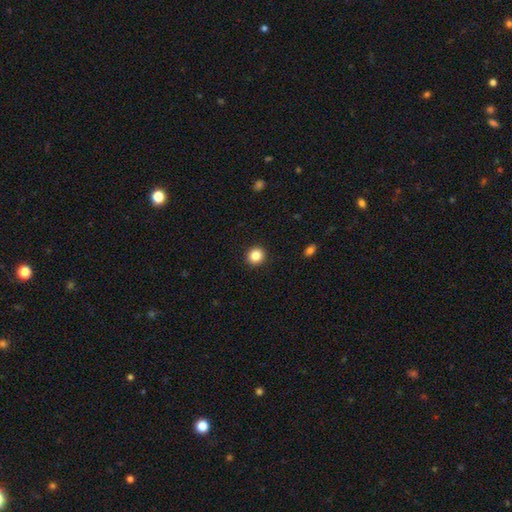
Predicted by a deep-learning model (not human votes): Morphology: type=smooth (85%); roundness=round (89%); merging=none (93%).